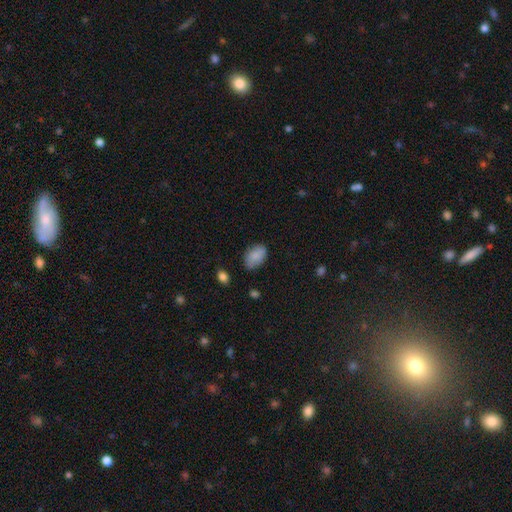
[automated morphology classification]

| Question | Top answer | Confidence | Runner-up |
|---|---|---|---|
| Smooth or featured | smooth | 87% | star or artifact (7%) |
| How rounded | in between | 88% | round (10%) |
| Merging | none | 77% | minor disturbance (18%) |